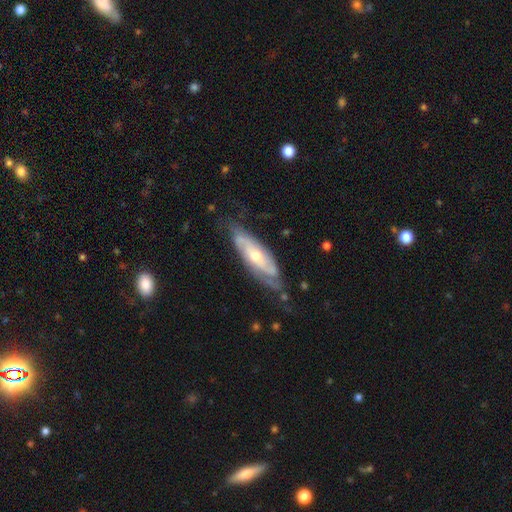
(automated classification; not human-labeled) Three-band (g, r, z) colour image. It shows a featured or disk galaxy (77%) with no bar (65%), 2 (47%) tight (53%) spiral arms (88%) and a moderate central bulge (55%). Merging: none (65%).